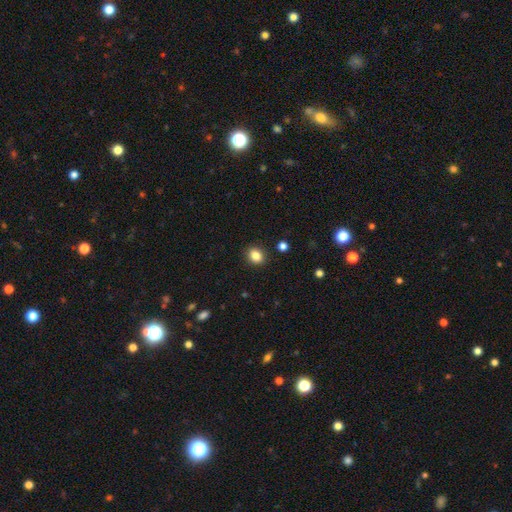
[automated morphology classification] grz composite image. It shows a smooth galaxy with no disk features (84%) that is round (56%). Merging: none (90%).